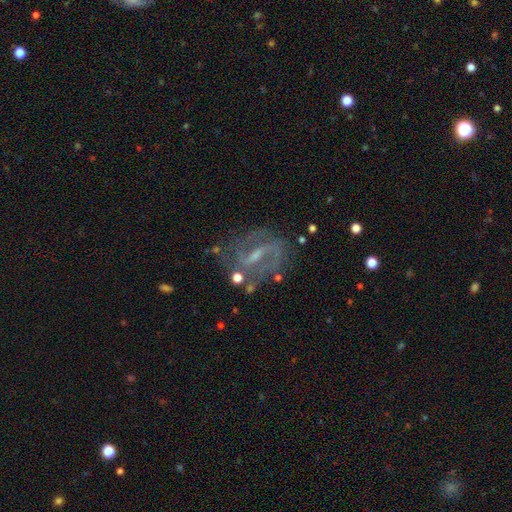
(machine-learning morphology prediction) smooth-or-featured: featured or disk: 79% | star or artifact: 11% | smooth: 10%
  disk-edge-on: no: 94% | yes: 6%
    bar: weak: 44% | strong: 43% | no: 14%
    has-spiral-arms: yes: 86% | no: 14%
      spiral-winding: medium: 46% | loose: 28% | tight: 25%
      spiral-arm-count: 2: 72% | can't tell: 15% | 1: 5% | 3: 5% | 4: 2% | more than 4: 2%
    bulge-size: small: 53% | moderate: 25% | none: 19% | large: 2% | dominant: 1%
  merging: none: 65% | minor disturbance: 17% | major disturbance: 12% | merger: 5%